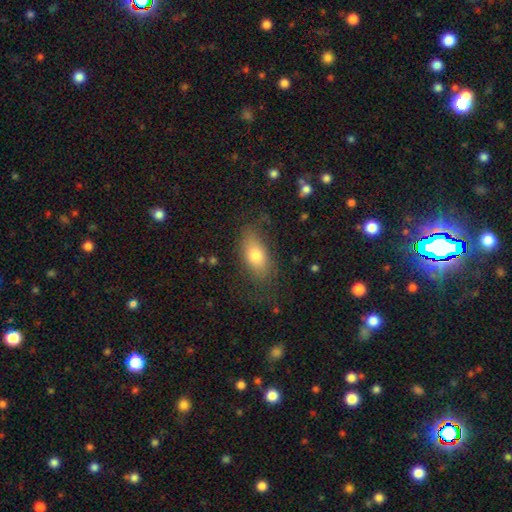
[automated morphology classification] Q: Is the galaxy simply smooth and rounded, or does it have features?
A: smooth — 73%.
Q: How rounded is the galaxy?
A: in between — 87%.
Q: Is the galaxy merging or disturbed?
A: none — 70%.